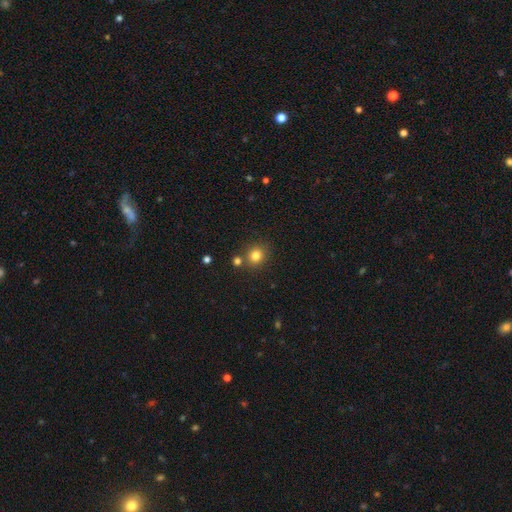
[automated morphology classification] Smooth or featured?
  - smooth: 80% *
  - star or artifact: 13%
  - featured or disk: 7%
How rounded?
  - round: 82% *
  - in between: 17%
  - cigar-shaped: 1%
Merging?
  - none: 75% *
  - merger: 13%
  - minor disturbance: 9%
  - major disturbance: 3%